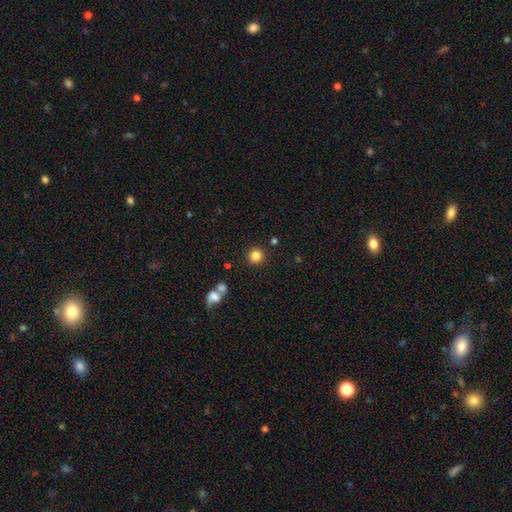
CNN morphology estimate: Smooth or featured: smooth — 84% (star or artifact — 11%)
How rounded: round — 94% (in between — 5%)
Merging: none — 87% (minor disturbance — 6%)